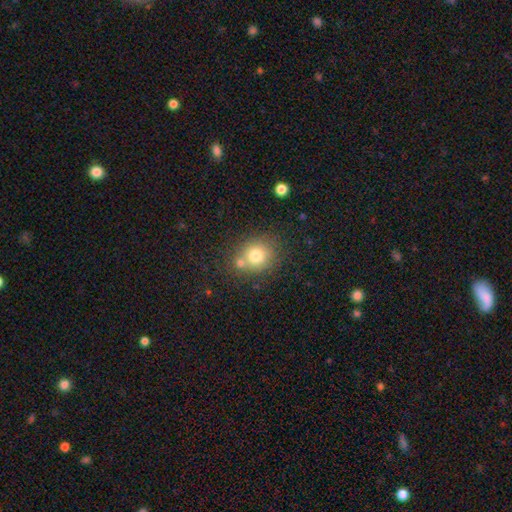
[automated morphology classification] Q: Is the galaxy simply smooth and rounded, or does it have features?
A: smooth — 76%.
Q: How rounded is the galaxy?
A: round — 78%.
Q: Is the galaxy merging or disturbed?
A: none — 59%.